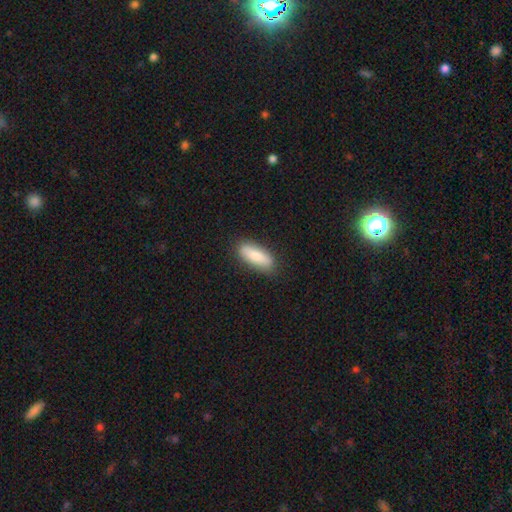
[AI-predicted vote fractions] Smooth or featured? Predicted: smooth (p=0.83). How rounded? Predicted: in between (p=0.68). Merging? Predicted: none (p=0.86).